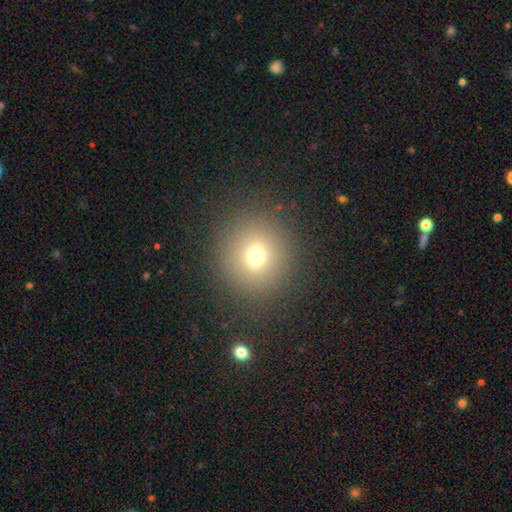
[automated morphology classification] Q: Smooth or featured?
A: smooth (70%); runner-up: star or artifact (19%)
Q: How rounded?
A: round (92%); runner-up: in between (7%)
Q: Merging?
A: none (88%); runner-up: minor disturbance (7%)